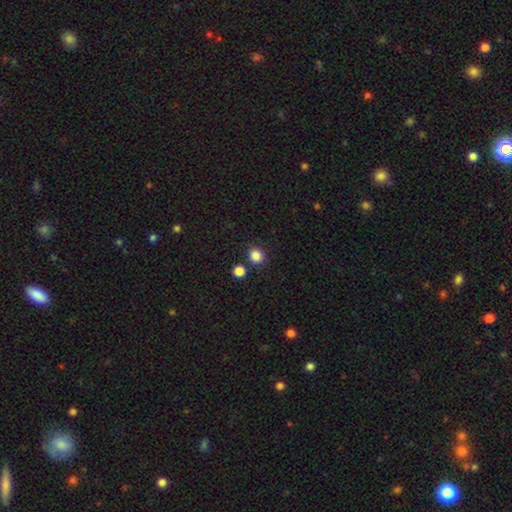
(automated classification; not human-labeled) The model was most divided on "how rounded": round: 73%, in between: 26%, cigar-shaped: 1%. More confident: smooth or featured — smooth (86%); merging — none (82%).